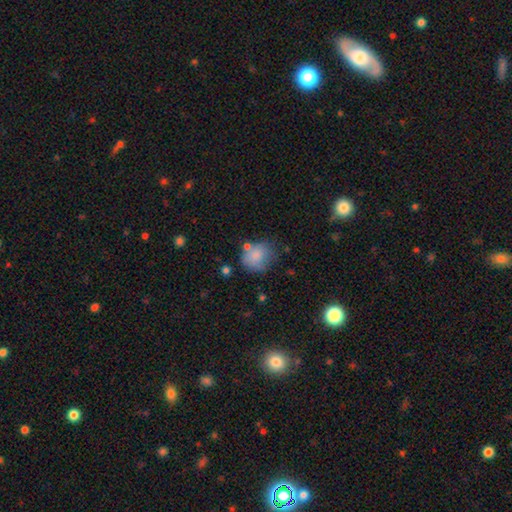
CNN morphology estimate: This is likely a smooth galaxy (78%). How rounded: likely round (69%). Merging: possibly none (54%).